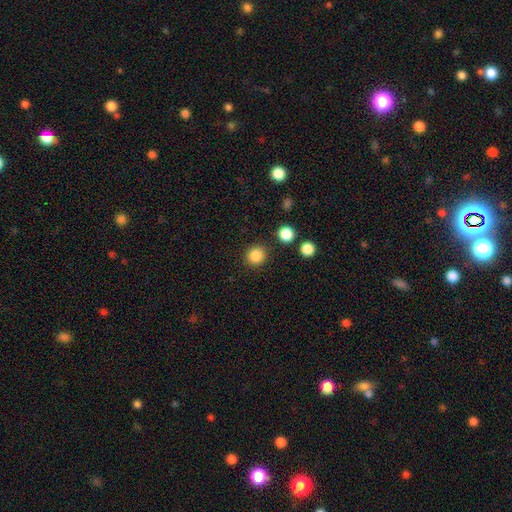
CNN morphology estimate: This appears to be a smooth galaxy with no disk features (86%) that is round (90%). Merging: none (87%).